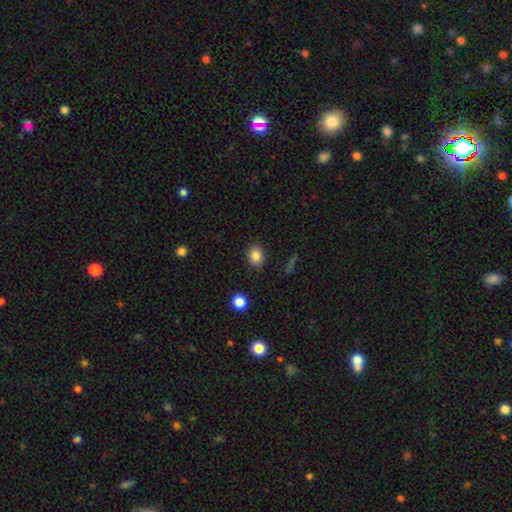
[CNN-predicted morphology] smooth 85%, star or artifact 10%, featured or disk 5%. Down the decision tree: how rounded — round (57%); merging — none (86%).